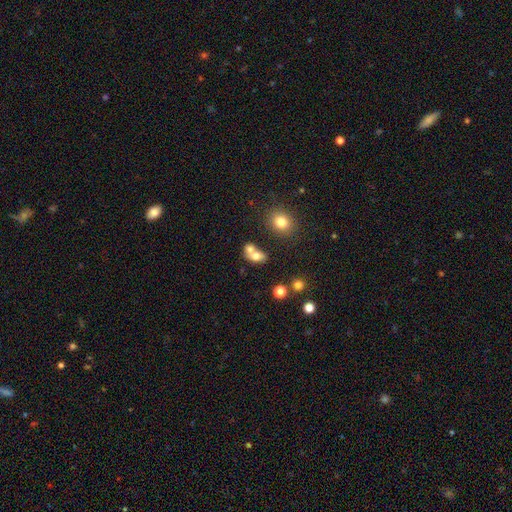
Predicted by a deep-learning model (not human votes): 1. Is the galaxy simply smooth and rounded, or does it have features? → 73% smooth, 16% featured or disk, 11% star or artifact.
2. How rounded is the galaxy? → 62% in between, 36% round, 2% cigar-shaped.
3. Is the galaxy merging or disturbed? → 58% merger, 28% none, 9% minor disturbance, 5% major disturbance.